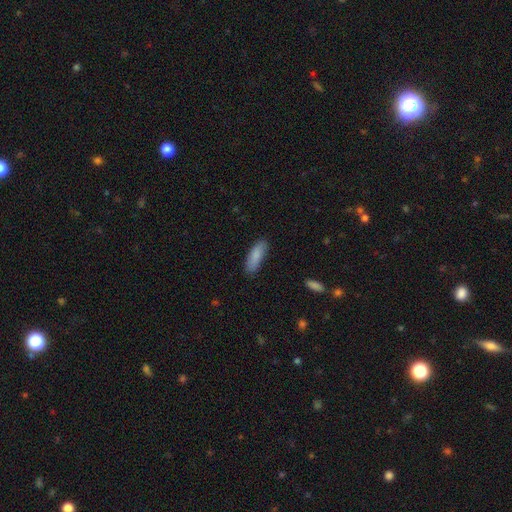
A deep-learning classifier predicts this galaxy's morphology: smooth-or-featured: smooth: 88% | featured or disk: 7% | star or artifact: 6%
  how-rounded: in between: 59% | cigar-shaped: 40% | round: 2%
  merging: none: 84% | minor disturbance: 13% | major disturbance: 2% | merger: 1%